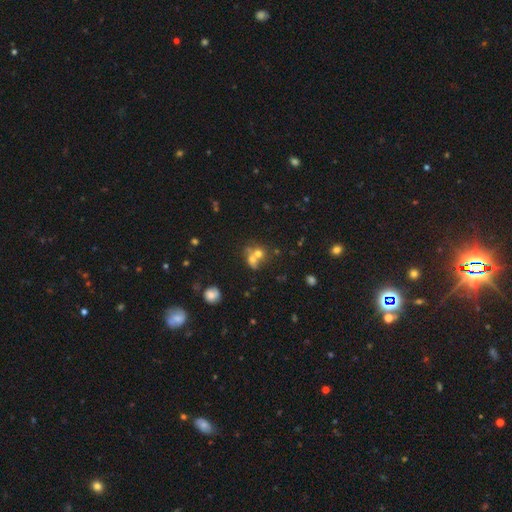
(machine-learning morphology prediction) The model was most divided on "merging": merger: 60%, none: 28%, minor disturbance: 7%, major disturbance: 5%. More confident: how rounded — round (69%); smooth or featured — smooth (61%).